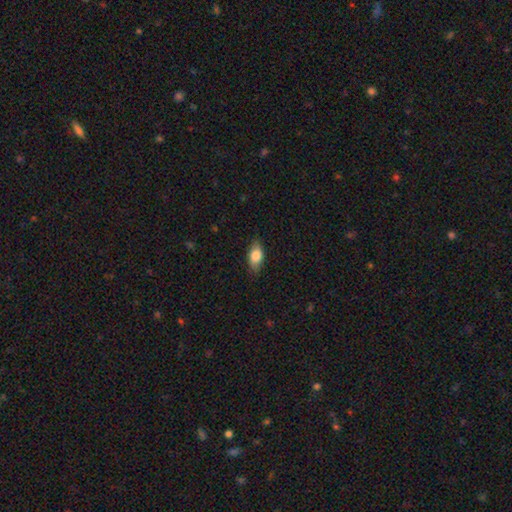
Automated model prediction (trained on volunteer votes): Smooth or featured? Predicted: smooth (p=0.78). How rounded? Predicted: in between (p=0.86). Merging? Predicted: none (p=0.83).